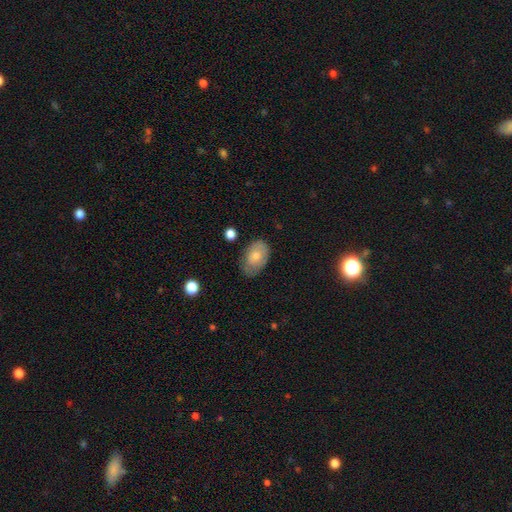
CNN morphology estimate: This is likely a smooth galaxy (70%). How rounded: clearly in between (88%). Merging: likely none (62%).